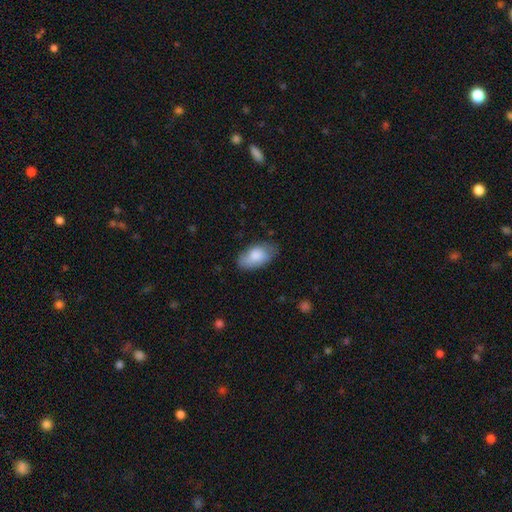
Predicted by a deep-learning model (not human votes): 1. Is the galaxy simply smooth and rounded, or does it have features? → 78% smooth, 16% featured or disk, 6% star or artifact.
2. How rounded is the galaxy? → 94% in between, 4% round, 2% cigar-shaped.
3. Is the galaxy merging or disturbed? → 71% none, 22% minor disturbance, 5% major disturbance, 1% merger.